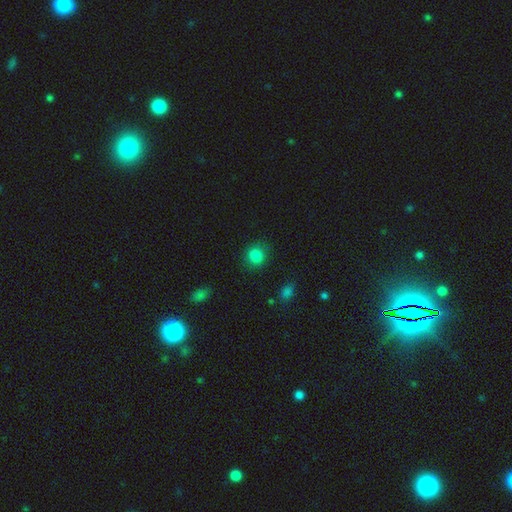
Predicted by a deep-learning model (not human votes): Smooth or featured: smooth — 85% (star or artifact — 11%)
How rounded: round — 81% (in between — 18%)
Merging: none — 84% (minor disturbance — 11%)